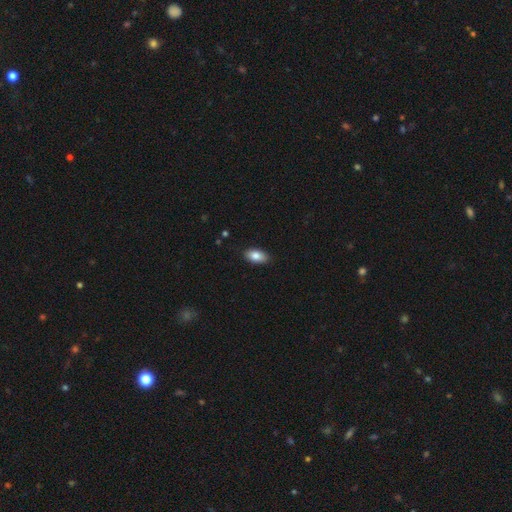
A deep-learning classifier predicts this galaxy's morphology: smooth 85%, featured or disk 8%, star or artifact 7%. Down the decision tree: how rounded — in between (93%); merging — none (88%).